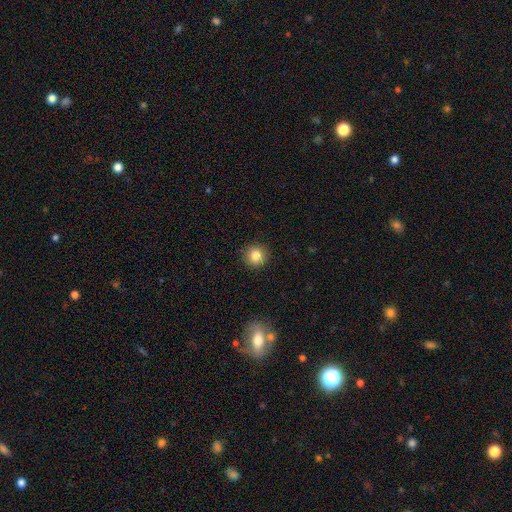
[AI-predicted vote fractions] Overall: smooth (84%). How rounded: round (93%). Merging: none (91%).